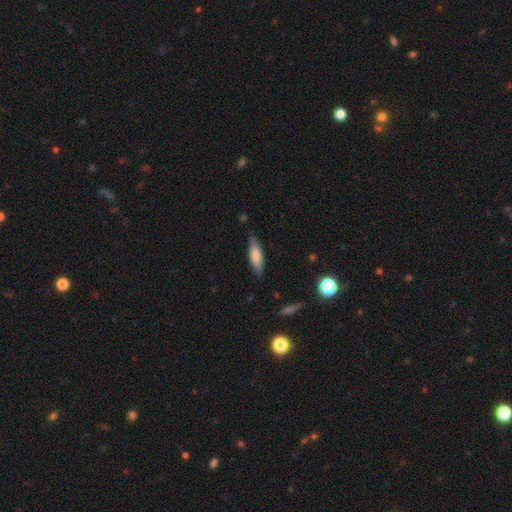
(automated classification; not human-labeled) The model was most divided on "how rounded": cigar-shaped: 61%, in between: 37%, round: 2%. More confident: merging — none (81%); smooth or featured — smooth (70%).